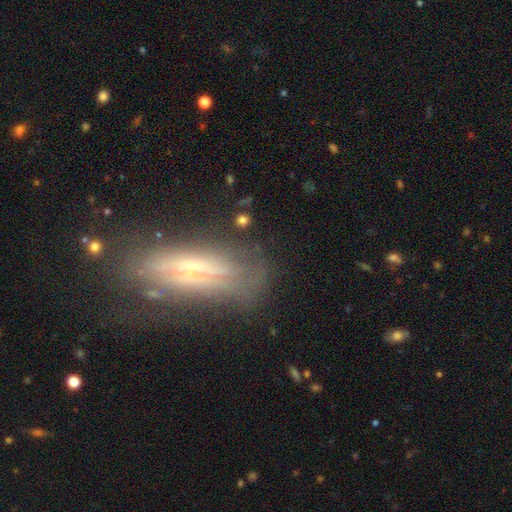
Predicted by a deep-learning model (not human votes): Overall: featured or disk (57%; smooth 31%). Edge-on disk: no (54%; yes 46%). Merging: none (66%).